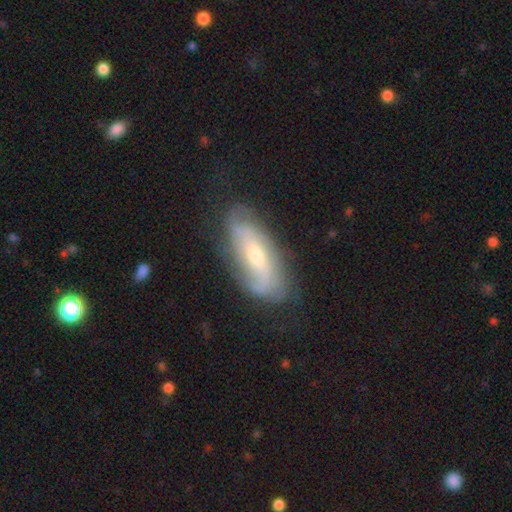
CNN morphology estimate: A featured or disk galaxy (71%) with no bar (47%), 2 (52%) tight (37%) spiral arms (86%) and a moderate central bulge (52%). Merging: none (70%).